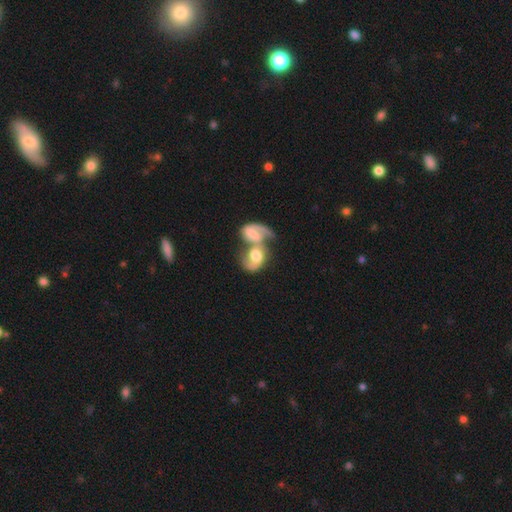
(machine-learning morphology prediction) A featured or disk galaxy (58%) with no bar (61%), spiral arms (76%) and a moderate central bulge (46%).

Vote fractions:
- Smooth or featured? featured or disk: 58% / smooth: 35% / star or artifact: 7%
- Edge-on disk? no: 97% / yes: 3%
- Bar? no: 61% / weak: 29% / strong: 10%
- Spiral arms? yes: 76% / no: 24%
- Bulge size? moderate: 46% / large: 28% / small: 14% / none: 8% / dominant: 4%
- Merging? merger: 82% / major disturbance: 8% / none: 7% / minor disturbance: 4%